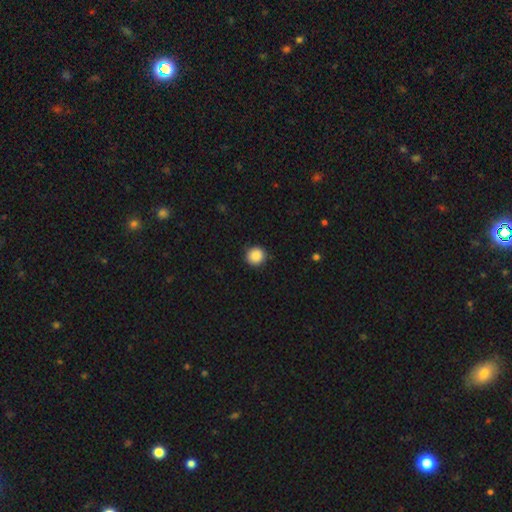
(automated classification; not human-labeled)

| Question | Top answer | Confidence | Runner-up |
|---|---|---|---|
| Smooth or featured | smooth | 88% | star or artifact (9%) |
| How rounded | round | 93% | in between (7%) |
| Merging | none | 90% | minor disturbance (7%) |